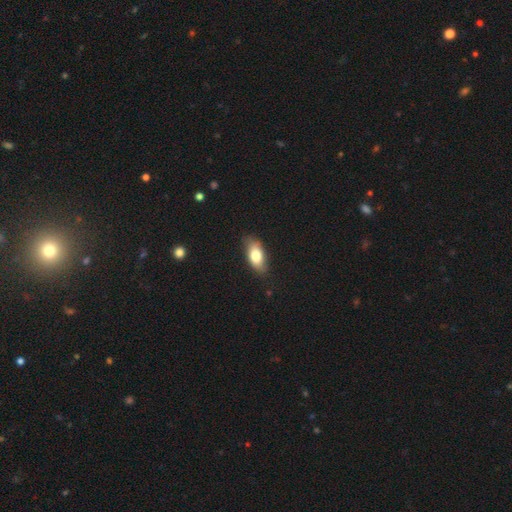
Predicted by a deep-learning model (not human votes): This appears to be a smooth galaxy with no disk features (77%) that is in between round and cigar-shaped (86%). Merging: none (79%).